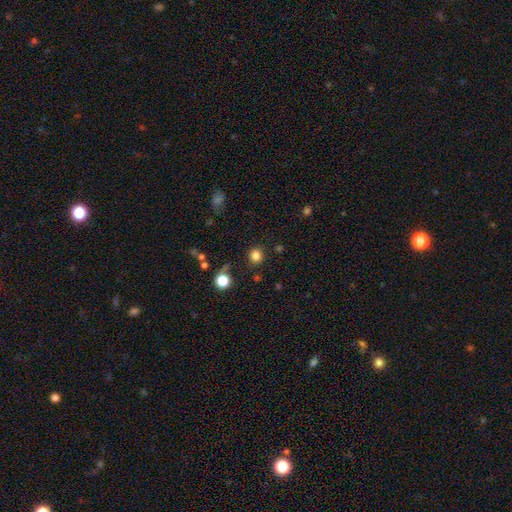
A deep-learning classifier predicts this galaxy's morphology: The model was most divided on "smooth or featured": smooth: 82%, star or artifact: 14%, featured or disk: 4%. More confident: how rounded — round (90%); merging — none (87%).